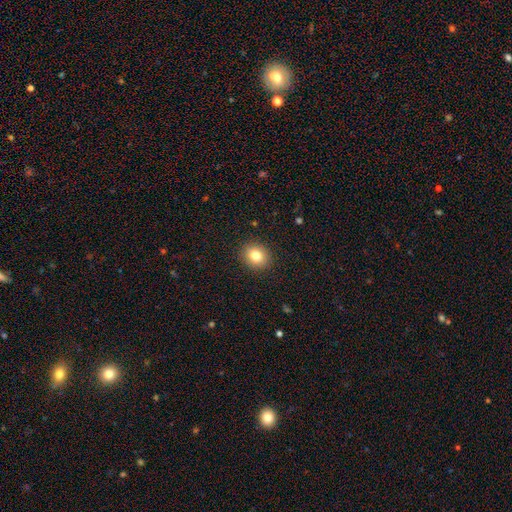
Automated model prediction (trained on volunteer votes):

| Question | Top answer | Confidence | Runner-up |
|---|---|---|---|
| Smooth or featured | smooth | 81% | star or artifact (10%) |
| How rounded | round | 67% | in between (32%) |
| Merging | none | 90% | minor disturbance (7%) |